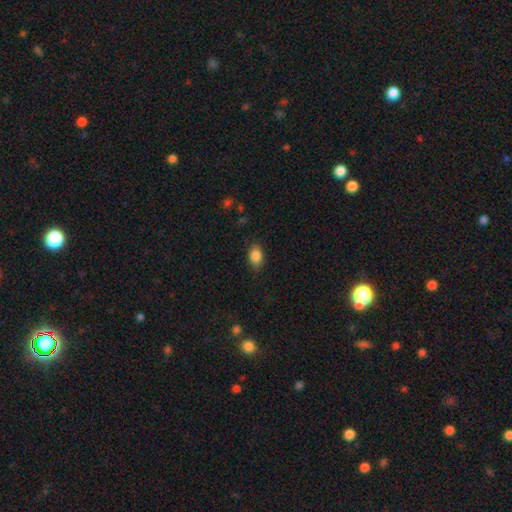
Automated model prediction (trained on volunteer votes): Smooth or featured? Predicted: smooth (p=0.87). How rounded? Predicted: in between (p=0.84). Merging? Predicted: none (p=0.83).